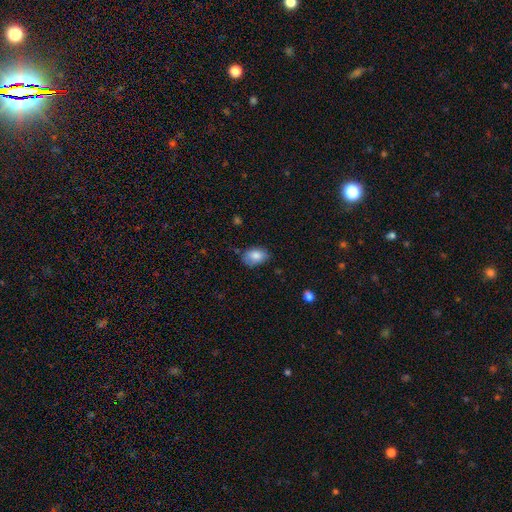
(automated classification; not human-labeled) smooth_or_featured: smooth (p=0.83) [alt: featured or disk p=0.09]
how_rounded: in between (p=0.86) [alt: round p=0.13]
merging: none (p=0.70) [alt: minor disturbance p=0.24]